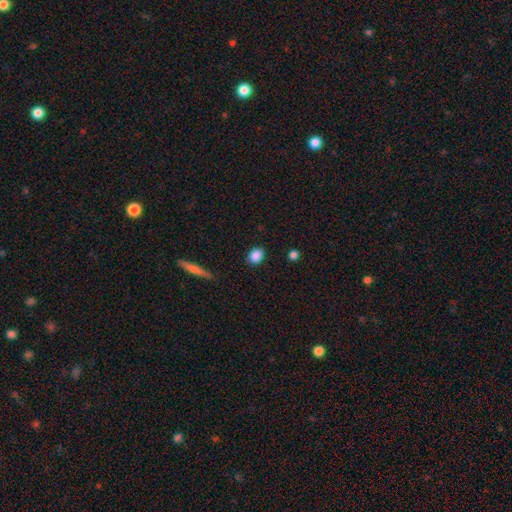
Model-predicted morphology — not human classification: A smooth galaxy with no disk features (87%) that is in between round and cigar-shaped (53%).

Vote fractions:
- Smooth or featured? smooth: 87% / star or artifact: 9% / featured or disk: 5%
- How rounded? in between: 53% / round: 45% / cigar-shaped: 2%
- Merging? none: 88% / minor disturbance: 9% / major disturbance: 2% / merger: 1%